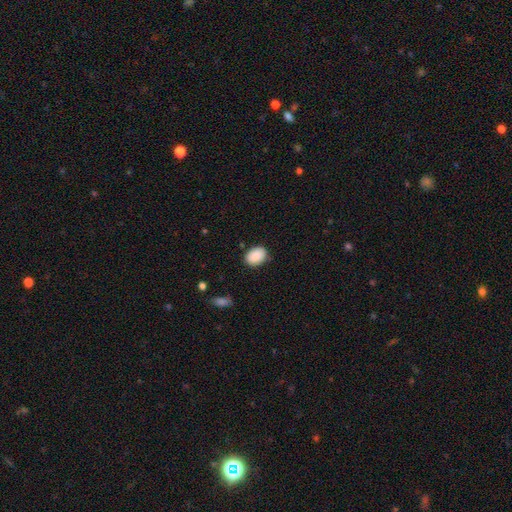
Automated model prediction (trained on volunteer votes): The model was most divided on "how rounded": in between: 76%, round: 23%, cigar-shaped: 1%. More confident: smooth or featured — smooth (90%); merging — none (85%).